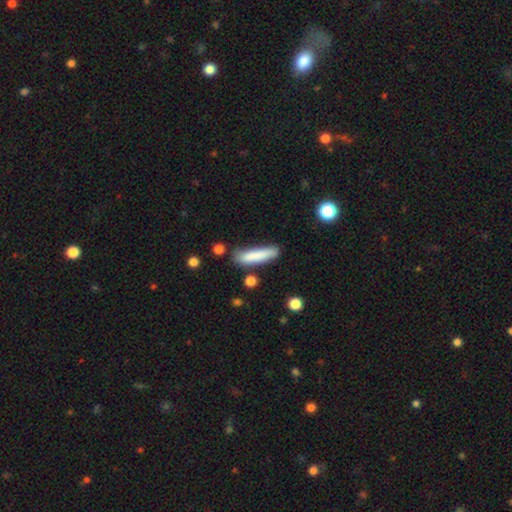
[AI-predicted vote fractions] Morphology: type=smooth (81%); roundness=cigar-shaped (80%); merging=none (70%).